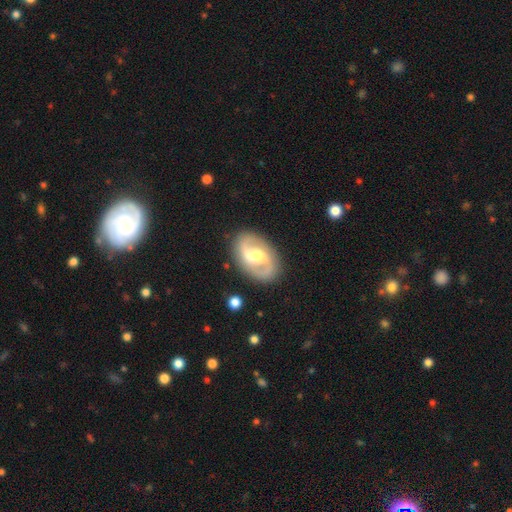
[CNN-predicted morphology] smooth_or_featured: featured or disk (p=0.83) [alt: smooth p=0.13]
disk_edge_on: no (p=0.97) [alt: yes p=0.03]
bar: weak (p=0.48) [alt: strong p=0.30]
has_spiral_arms: yes (p=0.91) [alt: no p=0.09]
spiral_winding: medium (p=0.51) [alt: loose p=0.30]
spiral_arm_count: 2 (p=0.92) [alt: can't tell p=0.03]
bulge_size: moderate (p=0.58) [alt: large p=0.25]
merging: none (p=0.85) [alt: minor disturbance p=0.10]